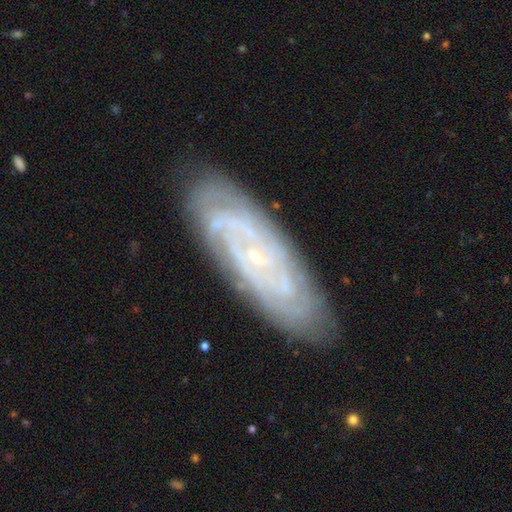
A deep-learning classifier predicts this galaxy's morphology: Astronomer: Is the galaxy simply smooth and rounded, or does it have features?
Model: featured or disk — 84%.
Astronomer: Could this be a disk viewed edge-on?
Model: no — 89%.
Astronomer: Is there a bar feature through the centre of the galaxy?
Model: no — 67%.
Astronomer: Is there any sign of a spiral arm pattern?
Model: yes — 95%.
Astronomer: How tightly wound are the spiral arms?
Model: tight — 73%.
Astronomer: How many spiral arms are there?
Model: can't tell — 36% (runner-up: 2, 22%).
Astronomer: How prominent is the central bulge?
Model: small — 85%.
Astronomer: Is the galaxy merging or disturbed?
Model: none — 83%.